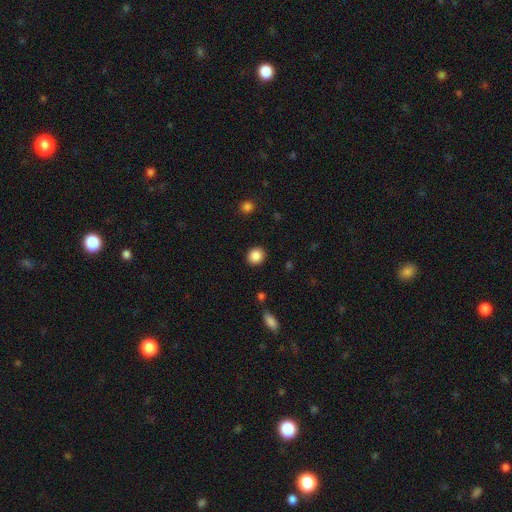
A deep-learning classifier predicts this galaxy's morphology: smooth_or_featured: smooth (p=0.87) [alt: star or artifact p=0.09]
how_rounded: round (p=0.79) [alt: in between p=0.20]
merging: none (p=0.90) [alt: minor disturbance p=0.06]